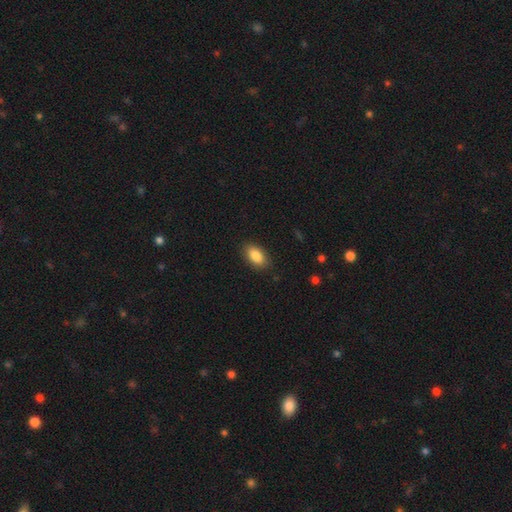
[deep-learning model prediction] smooth_or_featured: smooth (p=0.86) [alt: star or artifact p=0.07]
how_rounded: in between (p=0.92) [alt: round p=0.05]
merging: none (p=0.87) [alt: minor disturbance p=0.10]